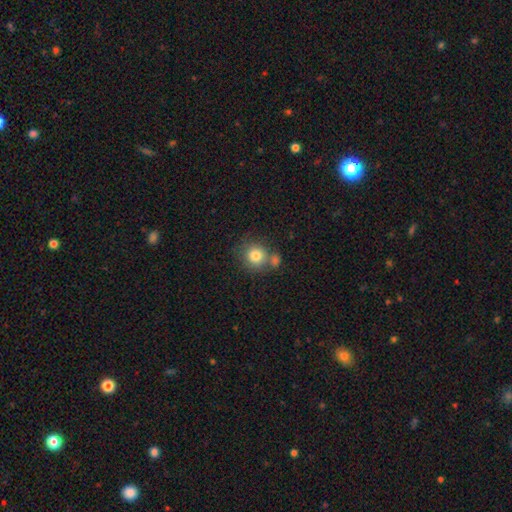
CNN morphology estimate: This is clearly a smooth galaxy (81%). How rounded: clearly round (88%). Merging: possibly none (58%).